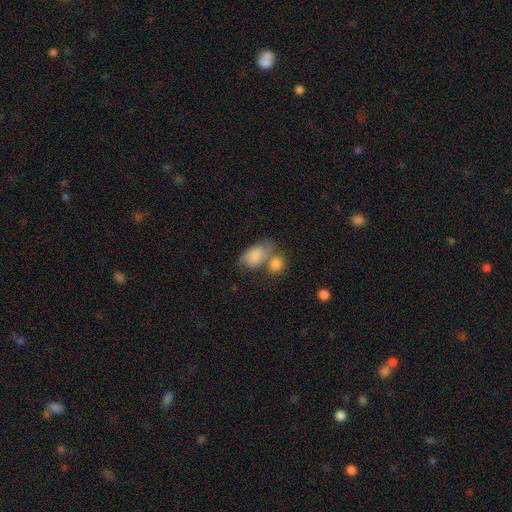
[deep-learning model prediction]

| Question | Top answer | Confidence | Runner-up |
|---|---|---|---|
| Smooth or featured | smooth | 80% | featured or disk (13%) |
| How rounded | in between | 87% | round (12%) |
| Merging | merger | 47% | none (27%) |